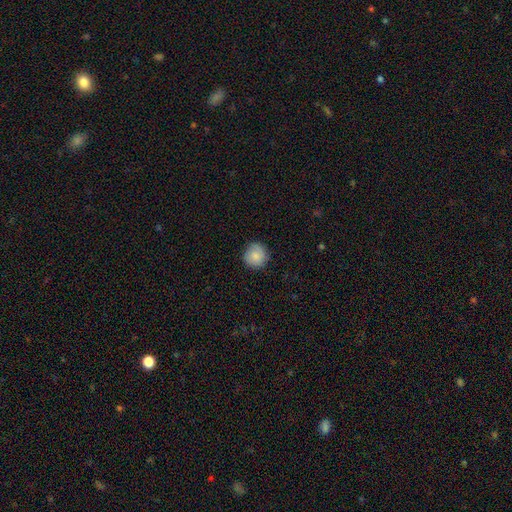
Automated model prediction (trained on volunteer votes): Smooth or featured? smooth (78%)
How rounded? round (93%)
Merging? none (83%)